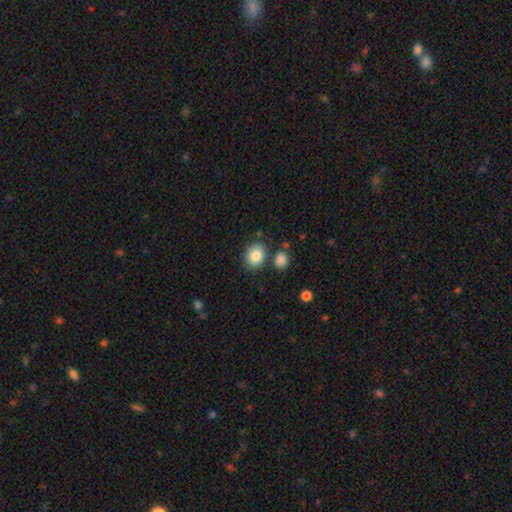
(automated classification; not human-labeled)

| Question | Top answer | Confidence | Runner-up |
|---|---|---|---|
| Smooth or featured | smooth | 86% | star or artifact (8%) |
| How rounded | in between | 52% | round (47%) |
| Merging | none | 78% | minor disturbance (11%) |